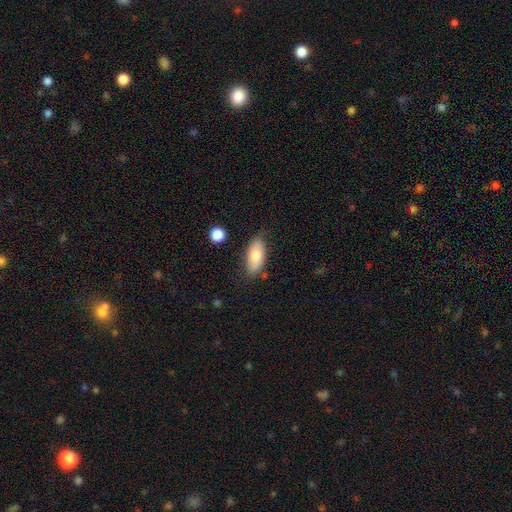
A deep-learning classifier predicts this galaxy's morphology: Smooth or featured: smooth — 78% (featured or disk — 16%)
How rounded: in between — 89% (cigar-shaped — 9%)
Merging: none — 77% (minor disturbance — 17%)